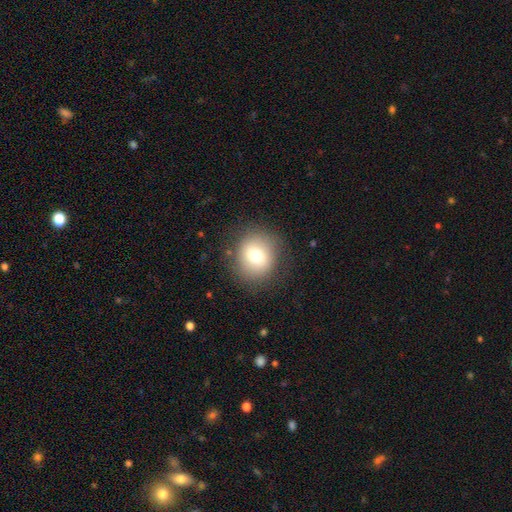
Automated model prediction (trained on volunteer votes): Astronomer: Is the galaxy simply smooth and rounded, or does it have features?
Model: smooth — 74%.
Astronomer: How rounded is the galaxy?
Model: round — 87%.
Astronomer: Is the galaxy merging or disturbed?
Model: none — 84%.